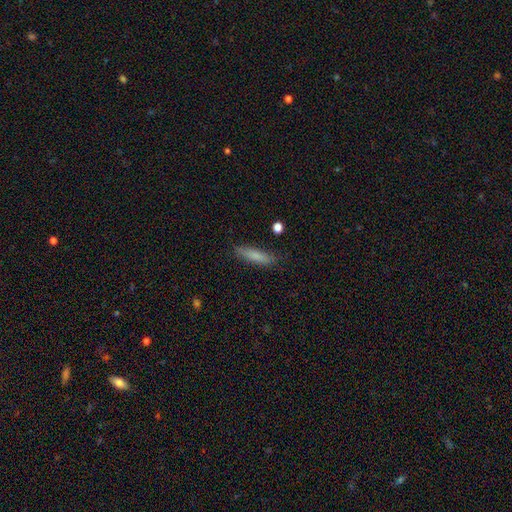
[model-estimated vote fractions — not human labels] smooth-or-featured: smooth: 79% | featured or disk: 14% | star or artifact: 7%
  how-rounded: cigar-shaped: 77% | in between: 22% | round: 2%
  merging: none: 81% | minor disturbance: 14% | major disturbance: 3% | merger: 2%